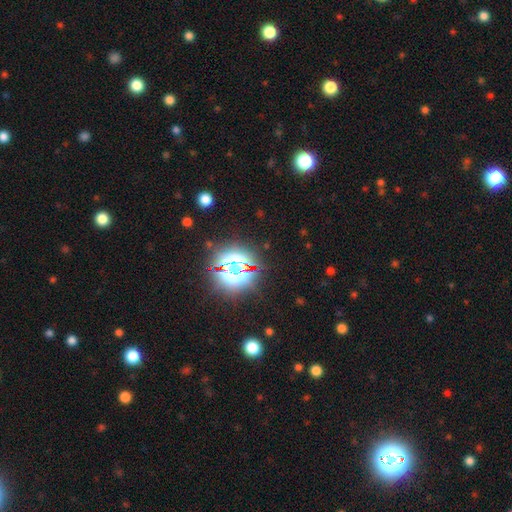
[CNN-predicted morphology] Smooth or featured? star or artifact (81%)